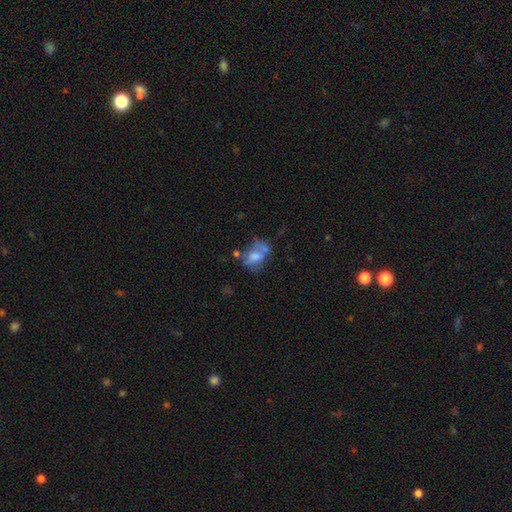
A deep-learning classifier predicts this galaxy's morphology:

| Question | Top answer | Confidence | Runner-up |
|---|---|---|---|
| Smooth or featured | smooth | 59% | featured or disk (31%) |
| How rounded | in between | 73% | round (26%) |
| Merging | merger | 34% | none (28%) |